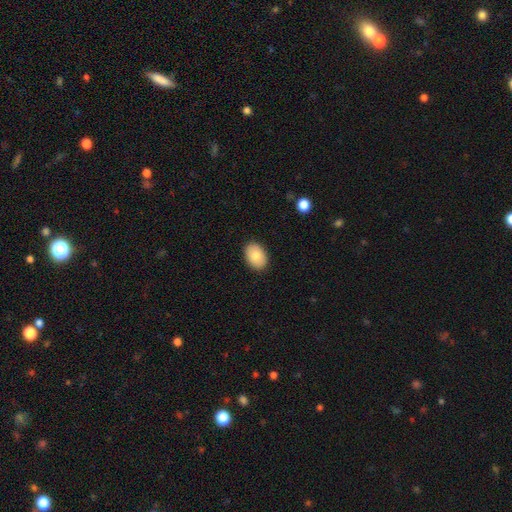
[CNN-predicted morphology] The model was most divided on "how rounded": in between: 82%, round: 17%, cigar-shaped: 1%. More confident: merging — none (89%); smooth or featured — smooth (81%).